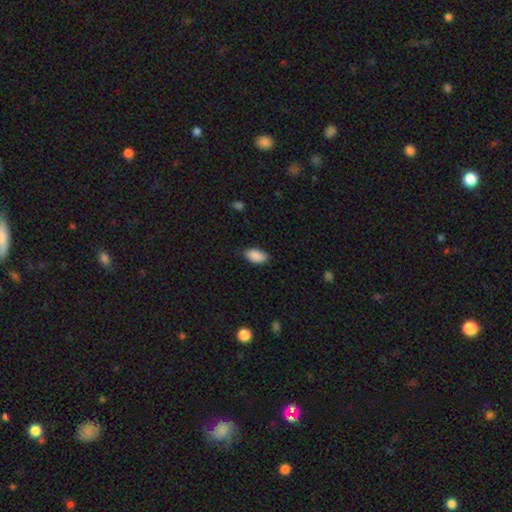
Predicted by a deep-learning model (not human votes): Smooth or featured? Predicted: smooth (p=0.90). How rounded? Predicted: in between (p=0.94). Merging? Predicted: none (p=0.81).